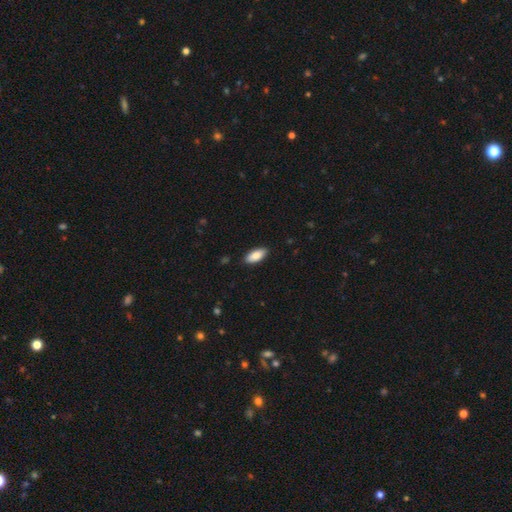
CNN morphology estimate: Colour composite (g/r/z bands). It shows a smooth galaxy with no disk features (86%) that is in between round and cigar-shaped (85%). Merging: none (88%).